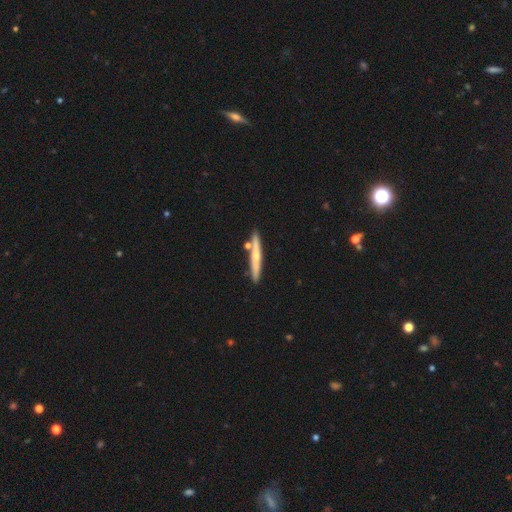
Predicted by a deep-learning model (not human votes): Overall: featured or disk (51%; smooth 43%). Edge-on disk: yes (94%). Merging: none (81%).